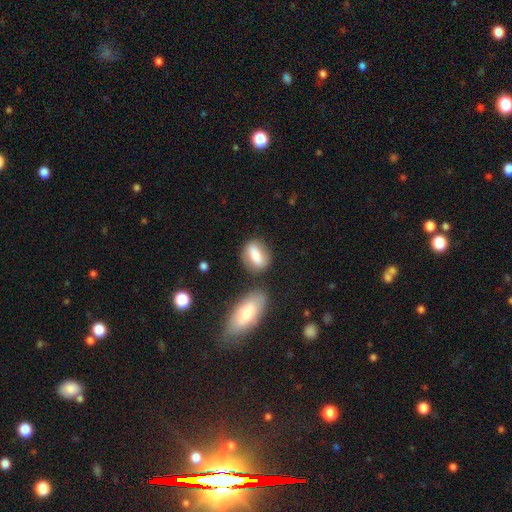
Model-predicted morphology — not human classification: This appears to be a smooth galaxy with no disk features (71%) that is in between round and cigar-shaped (74%). Merging: none (67%).